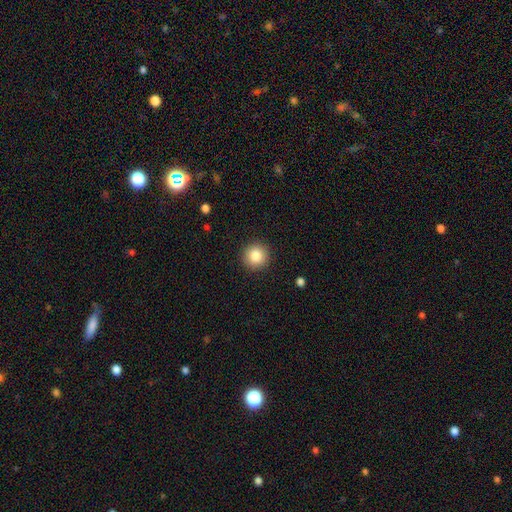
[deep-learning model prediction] smooth 85%, star or artifact 9%, featured or disk 6%. Down the decision tree: how rounded — round (94%); merging — none (92%).